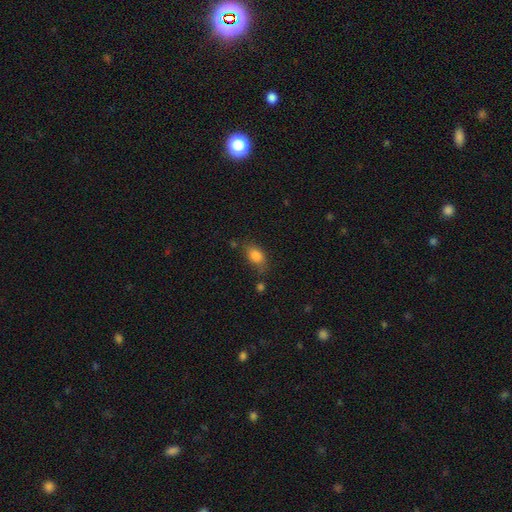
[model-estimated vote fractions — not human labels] A smooth galaxy with no disk features (83%) that is in between round and cigar-shaped (82%). Merging: none (63%).